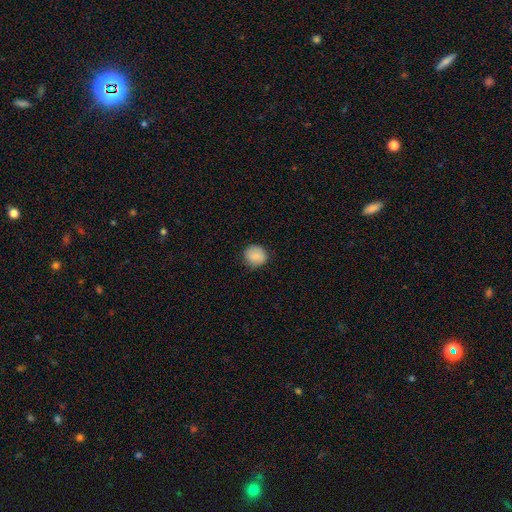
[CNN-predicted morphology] This appears to be a smooth galaxy with no disk features (85%) that is round (86%). Merging: none (86%).